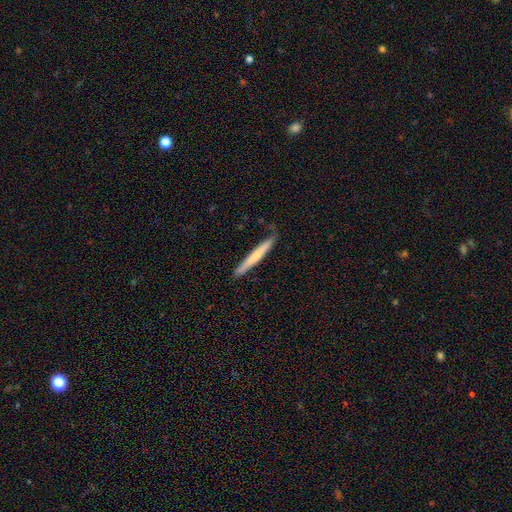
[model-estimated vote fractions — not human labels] smooth_or_featured: smooth (p=0.59) [alt: featured or disk p=0.37]
how_rounded: cigar-shaped (p=0.96) [alt: in between p=0.02]
merging: none (p=0.77) [alt: minor disturbance p=0.18]